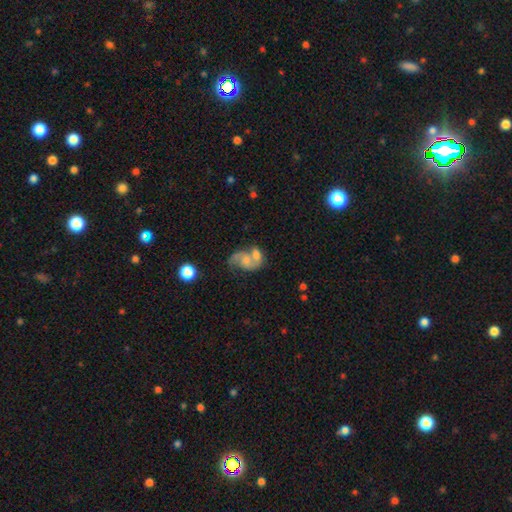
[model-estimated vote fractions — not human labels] A featured or disk galaxy (52%).

Vote fractions:
- Smooth or featured? featured or disk: 52% / smooth: 39% / star or artifact: 10%
- Edge-on disk? no: 97% / yes: 3%
- Merging? merger: 60% / none: 19% / major disturbance: 11% / minor disturbance: 10%